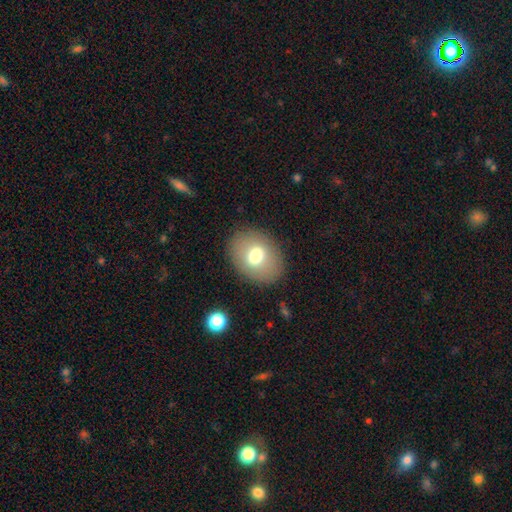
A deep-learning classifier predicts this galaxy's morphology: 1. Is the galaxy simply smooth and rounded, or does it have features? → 72% smooth, 19% featured or disk, 9% star or artifact.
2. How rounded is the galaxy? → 66% in between, 33% round, 1% cigar-shaped.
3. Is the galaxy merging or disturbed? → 86% none, 9% minor disturbance, 4% major disturbance, 1% merger.